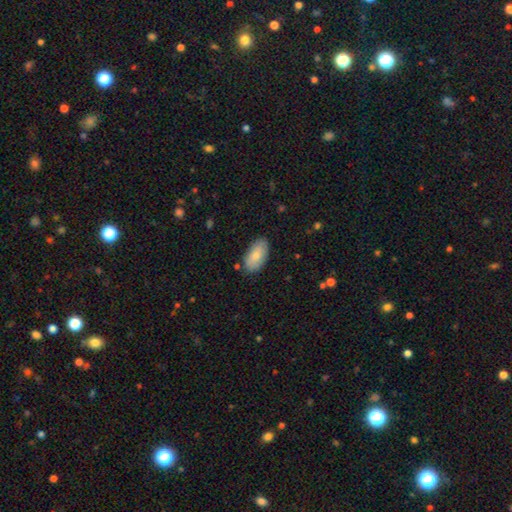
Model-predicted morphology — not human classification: This is likely a smooth galaxy (75%). How rounded: clearly in between (94%). Merging: clearly none (81%).